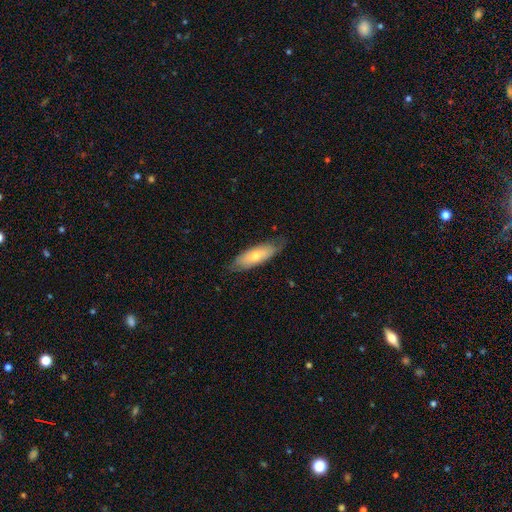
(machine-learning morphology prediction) smooth 59%, featured or disk 35%, star or artifact 6%. Down the decision tree: how rounded — in between (57%); merging — none (77%).